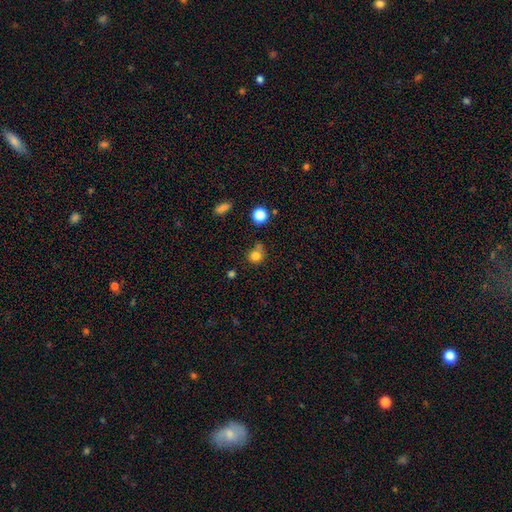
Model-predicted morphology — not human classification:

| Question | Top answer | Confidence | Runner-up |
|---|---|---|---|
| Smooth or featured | smooth | 80% | star or artifact (13%) |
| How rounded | round | 83% | in between (16%) |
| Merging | none | 61% | minor disturbance (20%) |